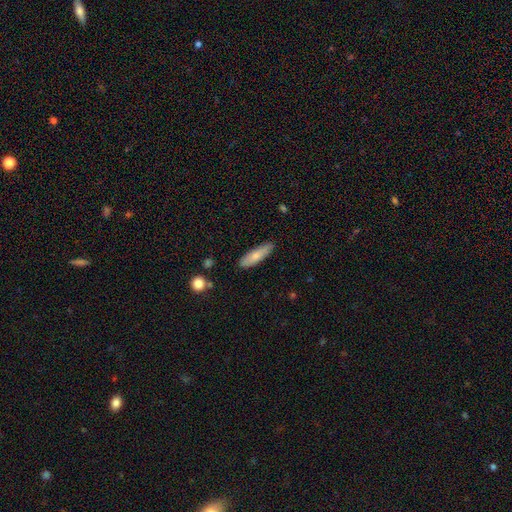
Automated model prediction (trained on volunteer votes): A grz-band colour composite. It shows a smooth galaxy with no disk features (73%) that is cigar-shaped (63%). Merging: none (85%).